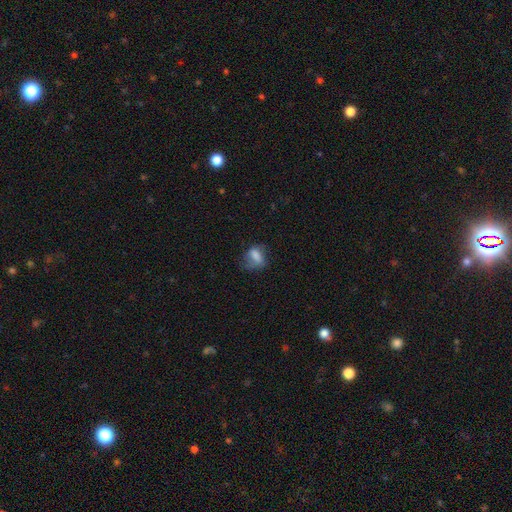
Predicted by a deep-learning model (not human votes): Overall: smooth (68%). How rounded: in between (76%). Merging: none (42%; minor disturbance 30%).